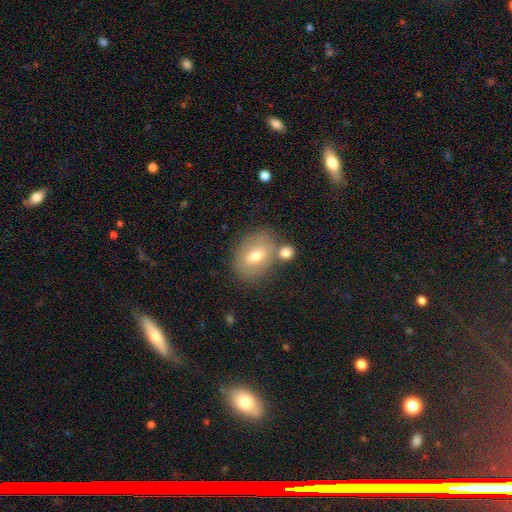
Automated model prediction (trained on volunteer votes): Smooth or featured? Predicted: smooth (p=0.67). How rounded? Predicted: in between (p=0.71). Merging? Predicted: none (p=0.65).